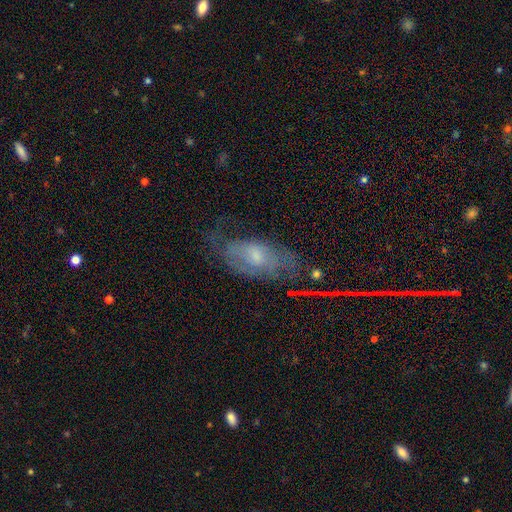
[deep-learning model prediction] smooth_or_featured: featured or disk (p=0.59) [alt: smooth p=0.28]
disk_edge_on: no (p=0.88) [alt: yes p=0.12]
bar: no (p=0.63) [alt: weak p=0.31]
has_spiral_arms: yes (p=0.71) [alt: no p=0.29]
bulge_size: moderate (p=0.48) [alt: small p=0.37]
merging: none (p=0.51) [alt: minor disturbance p=0.26]